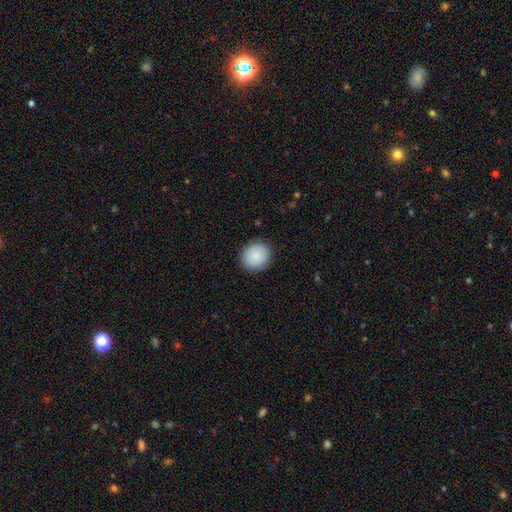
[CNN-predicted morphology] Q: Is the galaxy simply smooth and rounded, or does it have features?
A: smooth — 87%.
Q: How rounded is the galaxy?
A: round — 82%.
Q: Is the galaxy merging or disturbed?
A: none — 90%.